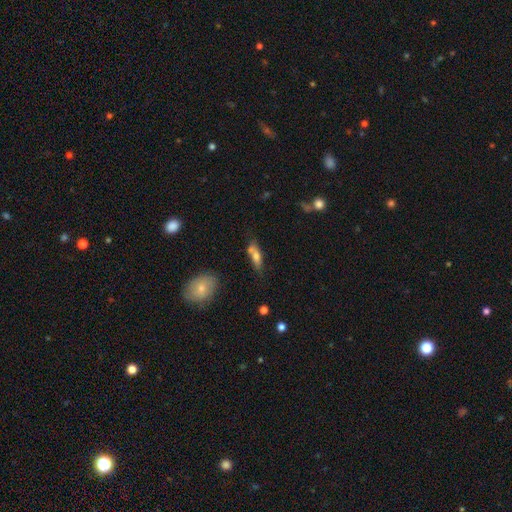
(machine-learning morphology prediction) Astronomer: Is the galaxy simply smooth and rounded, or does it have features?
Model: smooth — 67%.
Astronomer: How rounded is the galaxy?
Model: in between — 52% (runner-up: cigar-shaped, 45%).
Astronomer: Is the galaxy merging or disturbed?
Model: none — 52%.